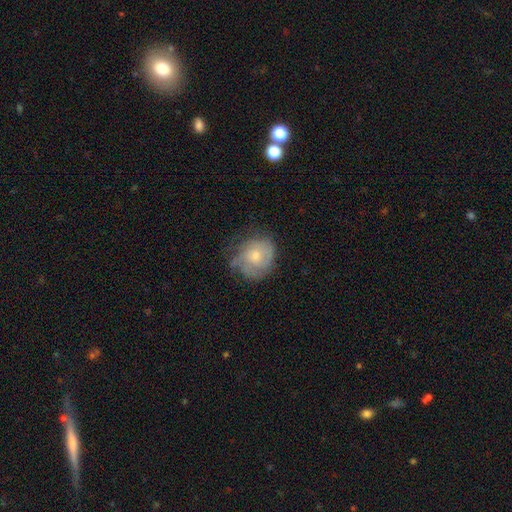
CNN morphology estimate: This is possibly a featured or disk galaxy (48%). Merging: possibly none (53%).